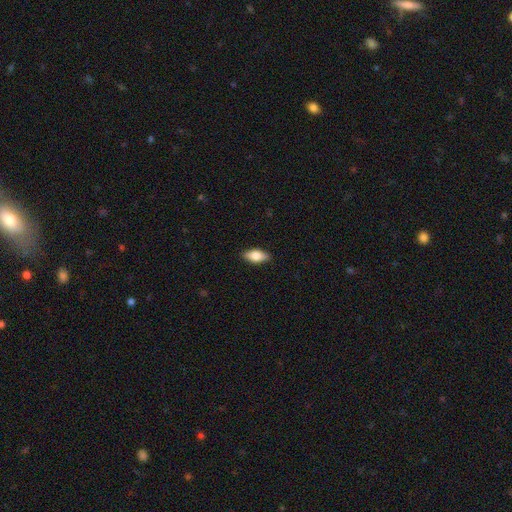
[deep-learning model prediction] smooth_or_featured: smooth (p=0.76) [alt: featured or disk p=0.17]
how_rounded: in between (p=0.85) [alt: cigar-shaped p=0.12]
merging: none (p=0.89) [alt: minor disturbance p=0.09]